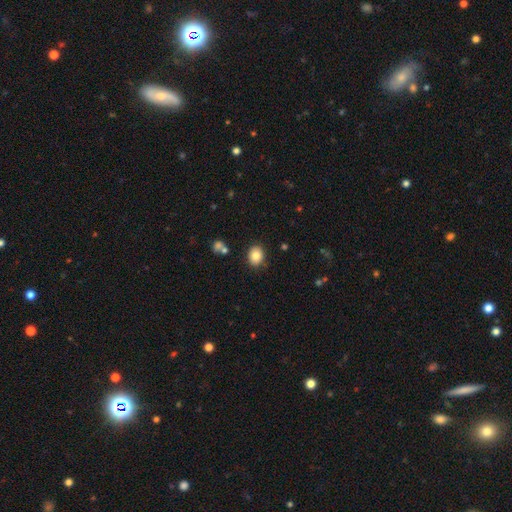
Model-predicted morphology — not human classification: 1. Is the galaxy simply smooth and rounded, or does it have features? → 83% smooth, 9% star or artifact, 8% featured or disk.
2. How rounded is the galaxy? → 53% round, 46% in between, 1% cigar-shaped.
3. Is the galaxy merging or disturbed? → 84% none, 10% minor disturbance, 3% merger, 3% major disturbance.